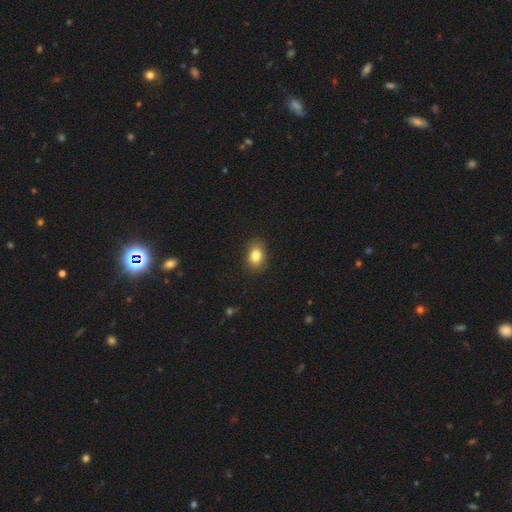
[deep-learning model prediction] The model was most divided on "how rounded": in between: 73%, round: 26%, cigar-shaped: 1%. More confident: merging — none (86%); smooth or featured — smooth (84%).